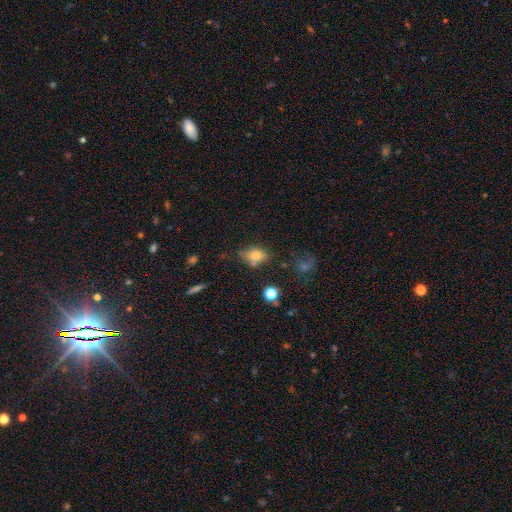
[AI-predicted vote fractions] A smooth galaxy with no disk features (75%) that is in between round and cigar-shaped (79%).

Vote fractions:
- Smooth or featured? smooth: 75% / featured or disk: 14% / star or artifact: 12%
- How rounded? in between: 79% / round: 18% / cigar-shaped: 3%
- Merging? none: 63% / minor disturbance: 20% / merger: 11% / major disturbance: 6%